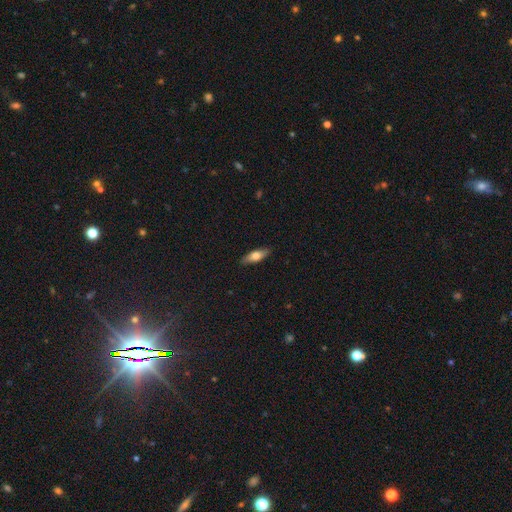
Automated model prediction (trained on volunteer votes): Smooth or featured: smooth — 63% (featured or disk — 31%)
How rounded: in between — 55% (cigar-shaped — 43%)
Merging: none — 88% (minor disturbance — 9%)